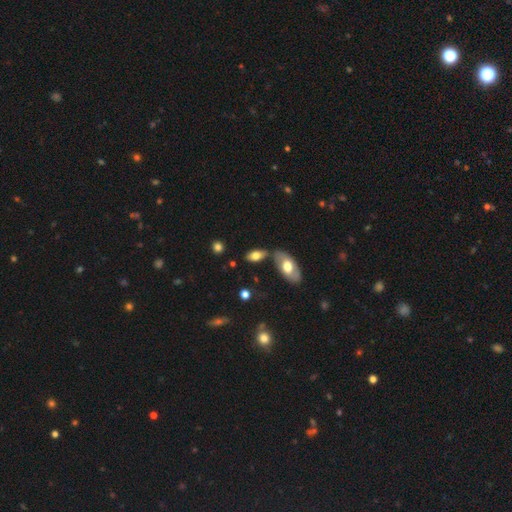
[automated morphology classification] smooth-or-featured: smooth: 73% | featured or disk: 19% | star or artifact: 7%
  how-rounded: in between: 89% | cigar-shaped: 6% | round: 5%
  merging: none: 58% | merger: 20% | minor disturbance: 17% | major disturbance: 5%